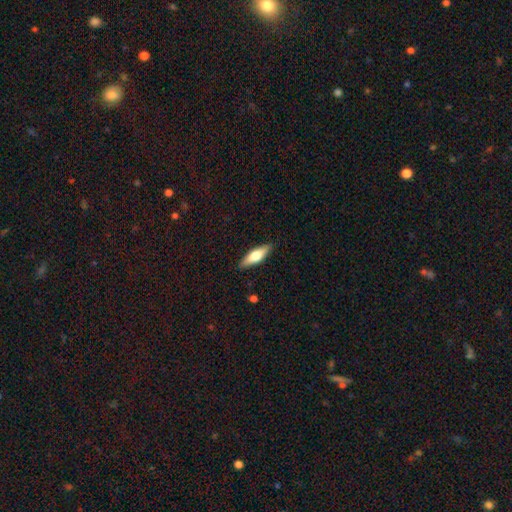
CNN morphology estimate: type=smooth (58%); roundness=cigar-shaped (50%); merging=none (88%).